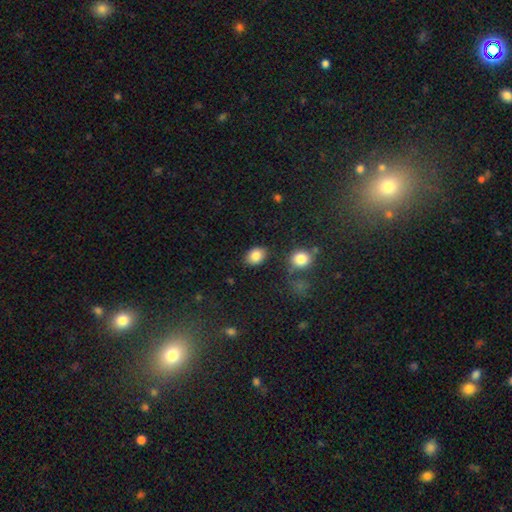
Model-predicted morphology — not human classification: A smooth galaxy with no disk features (85%) that is in between round and cigar-shaped (66%).

Vote fractions:
- Smooth or featured? smooth: 85% / star or artifact: 9% / featured or disk: 6%
- How rounded? in between: 66% / round: 32% / cigar-shaped: 1%
- Merging? none: 82% / minor disturbance: 11% / merger: 4% / major disturbance: 3%